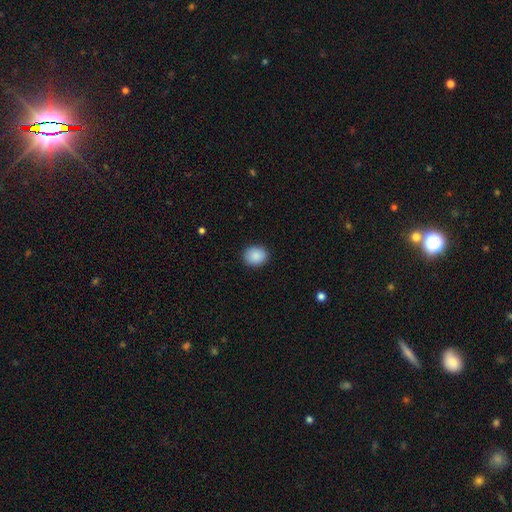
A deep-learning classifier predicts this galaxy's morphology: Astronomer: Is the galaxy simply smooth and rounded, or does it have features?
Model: smooth — 89%.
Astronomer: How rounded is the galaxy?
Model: round — 60% (runner-up: in between, 39%).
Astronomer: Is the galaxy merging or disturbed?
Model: none — 89%.